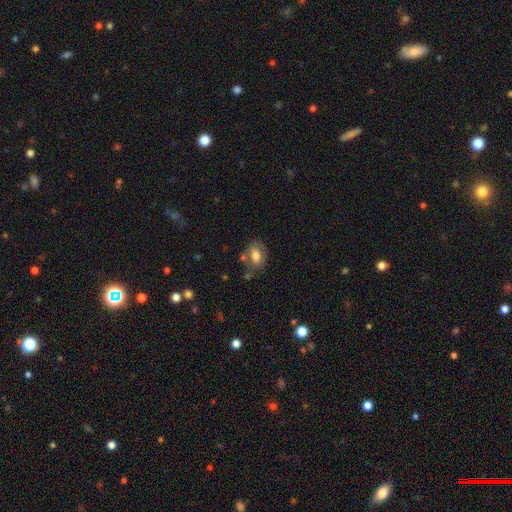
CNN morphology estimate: smooth_or_featured: smooth (p=0.65) [alt: featured or disk p=0.27]
how_rounded: in between (p=0.82) [alt: round p=0.16]
merging: none (p=0.58) [alt: minor disturbance p=0.22]